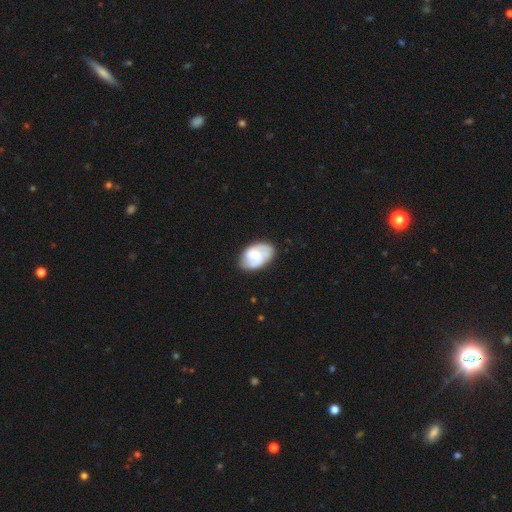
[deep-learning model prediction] This appears to be a featured or disk galaxy (65%) with no bar (65%), 2 (47%) tight (46%) spiral arms (86%) and a moderate central bulge (41%). Merging: none (67%).